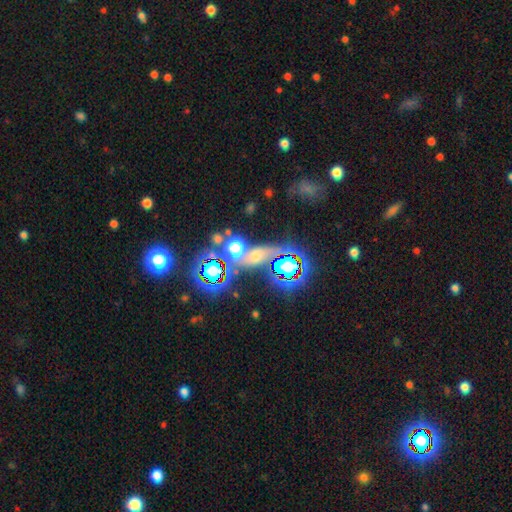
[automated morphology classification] Smooth or featured: star or artifact — 58% (smooth — 25%)